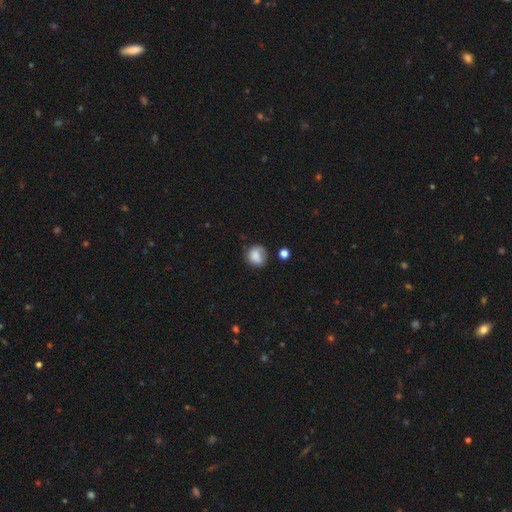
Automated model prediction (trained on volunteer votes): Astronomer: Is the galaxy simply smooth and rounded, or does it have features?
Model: smooth — 80%.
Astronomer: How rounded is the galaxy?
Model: round — 76%.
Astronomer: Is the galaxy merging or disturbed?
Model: none — 57%.